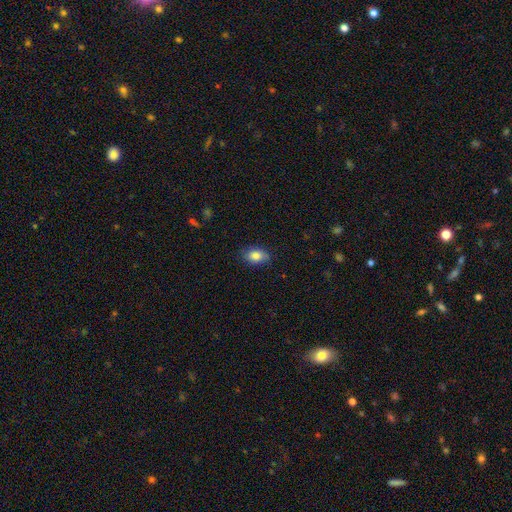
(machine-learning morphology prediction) Smooth or featured?
  - smooth: 85% *
  - star or artifact: 8%
  - featured or disk: 7%
How rounded?
  - in between: 83% *
  - round: 15%
  - cigar-shaped: 2%
Merging?
  - none: 81% *
  - minor disturbance: 15%
  - major disturbance: 3%
  - merger: 1%